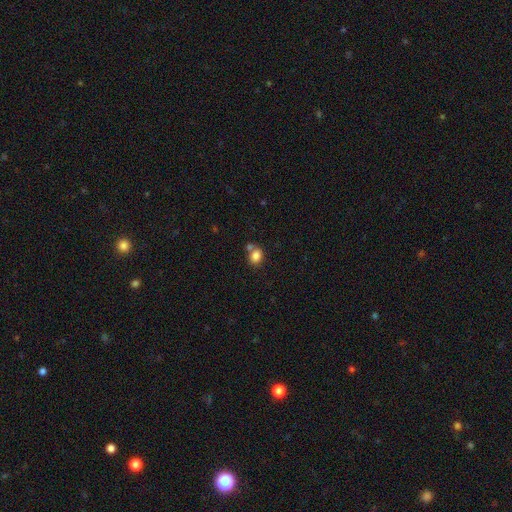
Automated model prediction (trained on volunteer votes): A smooth galaxy with no disk features (83%) that is in between round and cigar-shaped (59%).

Vote fractions:
- Smooth or featured? smooth: 83% / star or artifact: 10% / featured or disk: 7%
- How rounded? in between: 59% / round: 40% / cigar-shaped: 1%
- Merging? none: 55% / merger: 28% / minor disturbance: 13% / major disturbance: 4%